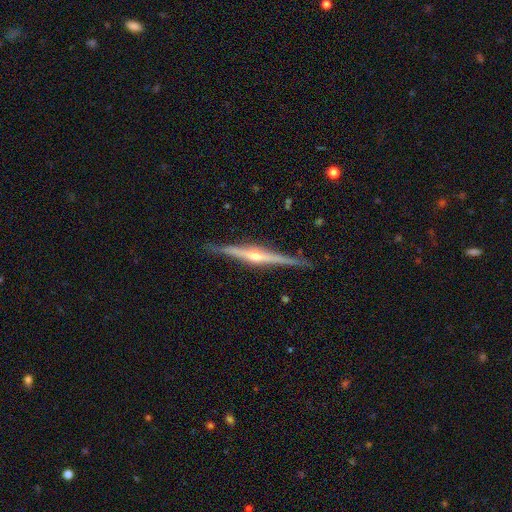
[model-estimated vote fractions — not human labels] smooth-or-featured: featured or disk: 85% | smooth: 10% | star or artifact: 5%
  disk-edge-on: yes: 98% | no: 2%
    edge-on-bulge: rounded: 89% | none: 6% | boxy: 5%
  merging: none: 89% | minor disturbance: 8% | major disturbance: 2% | merger: 1%